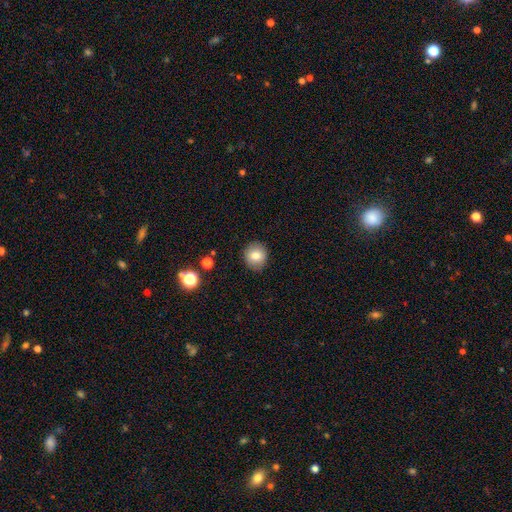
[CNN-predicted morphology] Smooth or featured: smooth — 80% (featured or disk — 10%)
How rounded: round — 86% (in between — 13%)
Merging: none — 88% (minor disturbance — 8%)